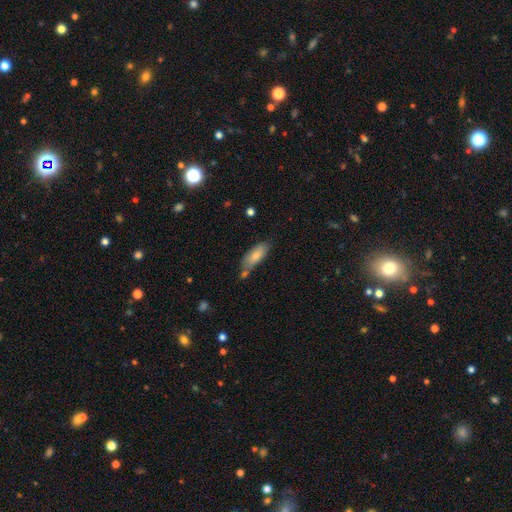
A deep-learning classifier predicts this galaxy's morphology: This is likely a smooth galaxy (79%). How rounded: likely in between (74%). Merging: possibly none (54%).